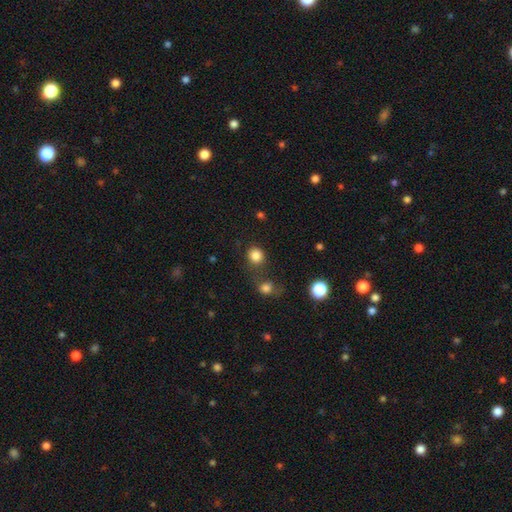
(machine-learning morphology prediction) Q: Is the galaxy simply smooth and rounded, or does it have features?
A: smooth — 83%.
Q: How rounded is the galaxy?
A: round — 87%.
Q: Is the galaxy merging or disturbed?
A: none — 71%.